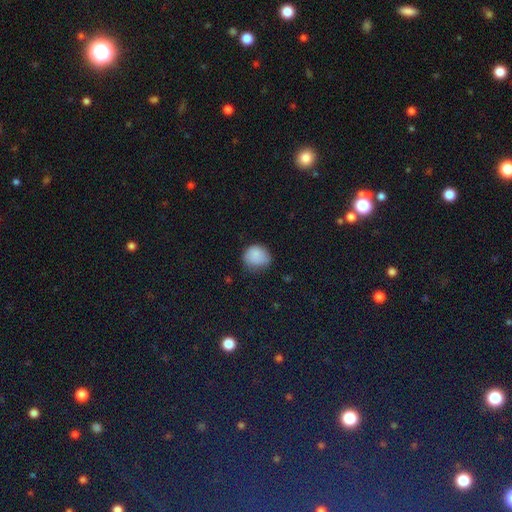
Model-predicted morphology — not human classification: Smooth or featured? smooth (84%)
How rounded? round (70%)
Merging? none (57%)